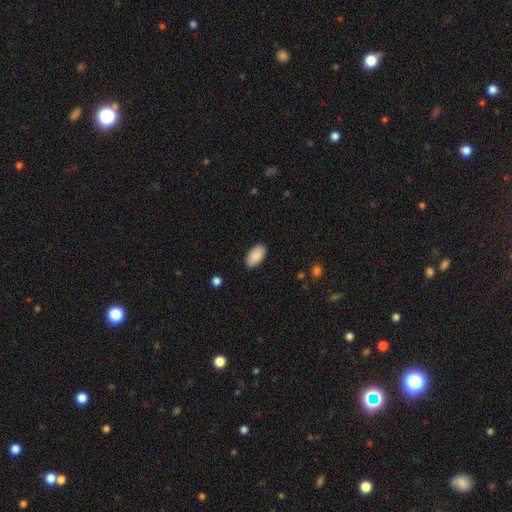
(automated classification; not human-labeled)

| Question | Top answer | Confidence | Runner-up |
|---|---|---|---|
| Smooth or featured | smooth | 89% | star or artifact (6%) |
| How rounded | in between | 95% | round (3%) |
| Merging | none | 88% | minor disturbance (9%) |